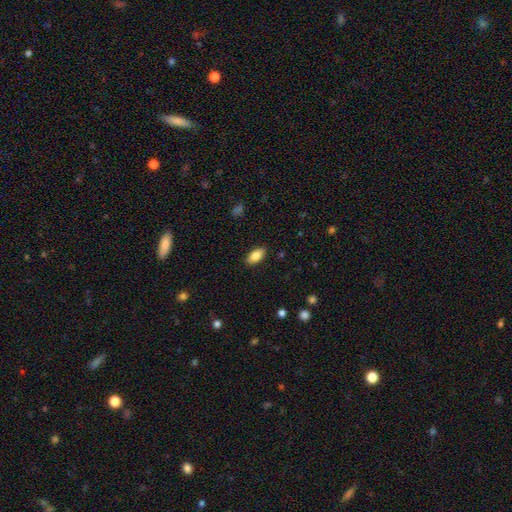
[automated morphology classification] A smooth galaxy with no disk features (85%) that is in between round and cigar-shaped (89%). Merging: none (88%).